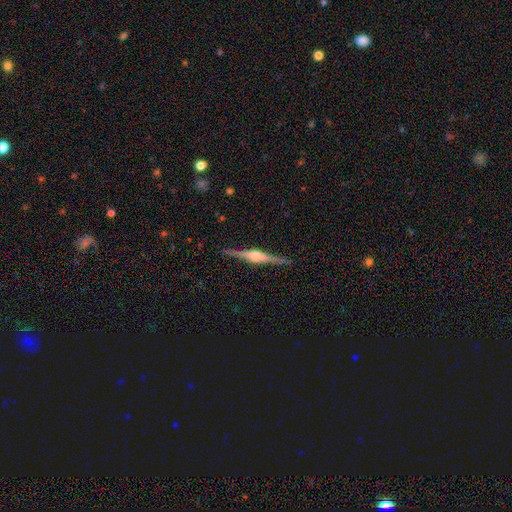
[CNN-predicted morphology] Smooth or featured: featured or disk — 83% (smooth — 11%)
Edge-on disk: yes — 98% (no — 2%)
Edge-on bulge: rounded — 77% (boxy — 19%)
Merging: none — 90% (minor disturbance — 8%)